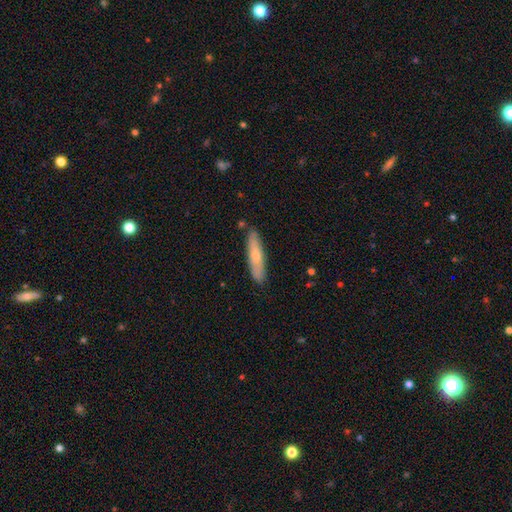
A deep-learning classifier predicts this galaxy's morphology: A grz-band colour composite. It shows a smooth galaxy with no disk features (62%) that is cigar-shaped (84%). Merging: none (85%).